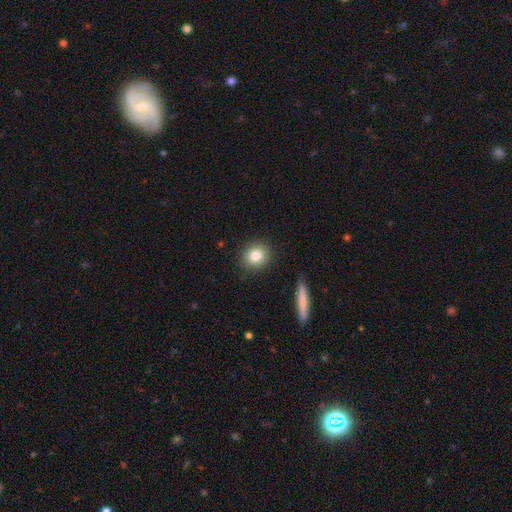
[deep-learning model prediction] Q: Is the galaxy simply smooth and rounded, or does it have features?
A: smooth — 81%.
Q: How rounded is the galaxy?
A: round — 79%.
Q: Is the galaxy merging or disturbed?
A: none — 89%.